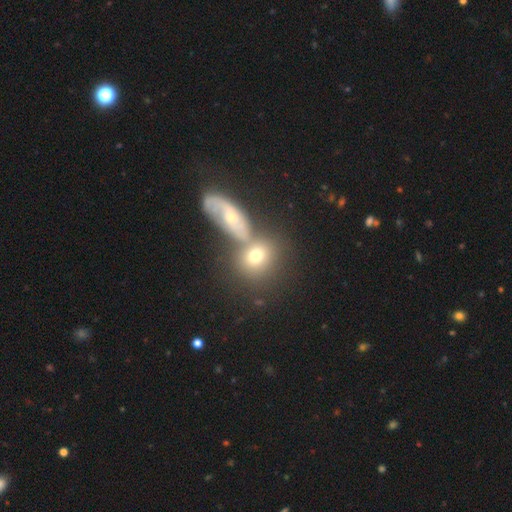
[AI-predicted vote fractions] A smooth galaxy with no disk features (65%) that is round (70%).

Vote fractions:
- Smooth or featured? smooth: 65% / featured or disk: 23% / star or artifact: 11%
- How rounded? round: 70% / in between: 27% / cigar-shaped: 3%
- Merging? none: 50% / merger: 34% / minor disturbance: 11% / major disturbance: 5%